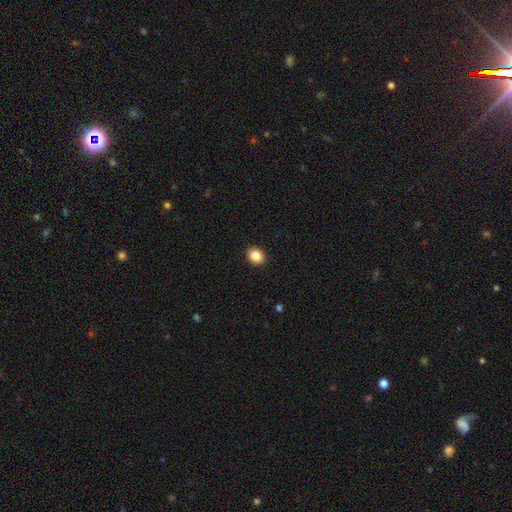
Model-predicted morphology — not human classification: Smooth or featured?
  - smooth: 86% *
  - star or artifact: 9%
  - featured or disk: 5%
How rounded?
  - in between: 51% *
  - round: 48%
  - cigar-shaped: 1%
Merging?
  - none: 92% *
  - minor disturbance: 6%
  - major disturbance: 2%
  - merger: 1%